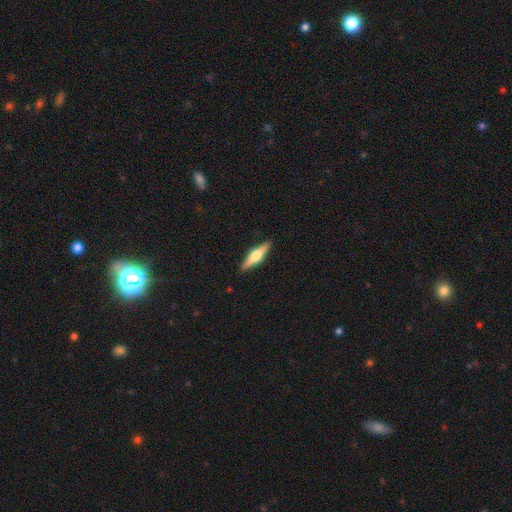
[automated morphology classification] This appears to be a featured or disk galaxy (63%) viewed edge-on (97%) with a rounded central bulge (92%). Merging: none (90%).